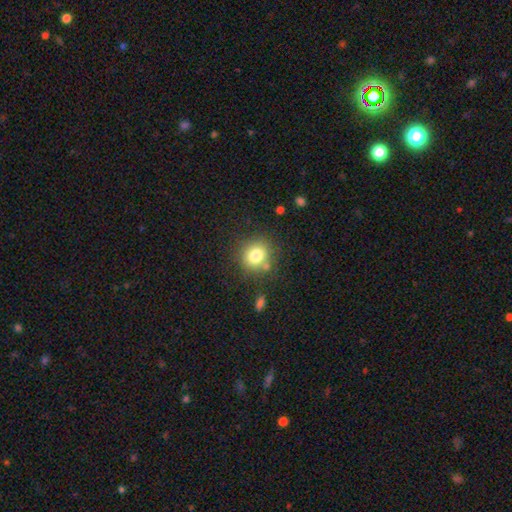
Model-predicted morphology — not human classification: Overall: smooth (79%). How rounded: round (83%). Merging: none (77%).